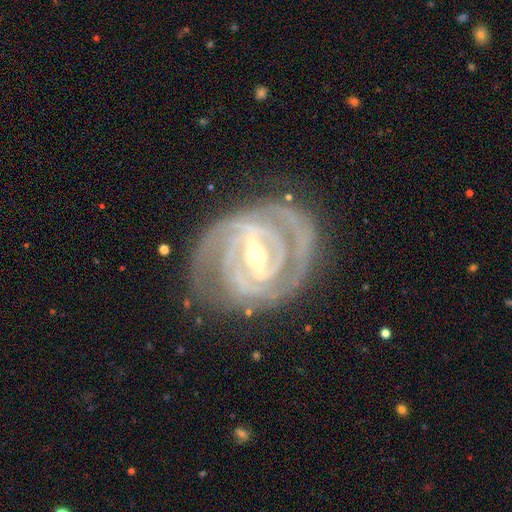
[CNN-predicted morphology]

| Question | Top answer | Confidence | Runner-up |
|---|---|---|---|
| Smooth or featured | featured or disk | 92% | star or artifact (5%) |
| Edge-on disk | no | 96% | yes (4%) |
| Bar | strong | 66% | weak (27%) |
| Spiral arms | yes | 97% | no (3%) |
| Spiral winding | tight | 73% | medium (23%) |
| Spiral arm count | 2 | 43% | 3 (26%) |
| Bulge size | moderate | 51% | small (45%) |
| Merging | none | 76% | minor disturbance (16%) |